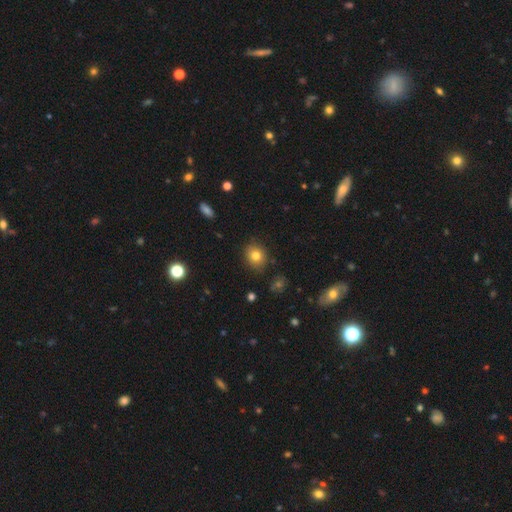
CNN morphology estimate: Smooth or featured? smooth (80%)
How rounded? round (73%)
Merging? none (86%)